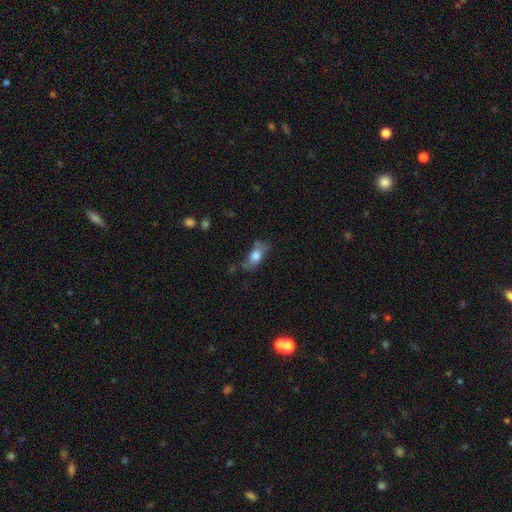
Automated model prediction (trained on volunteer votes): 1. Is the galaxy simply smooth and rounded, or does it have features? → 72% smooth, 20% featured or disk, 8% star or artifact.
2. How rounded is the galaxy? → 80% in between, 14% cigar-shaped, 6% round.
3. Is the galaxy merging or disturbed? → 56% none, 28% minor disturbance, 10% major disturbance, 5% merger.